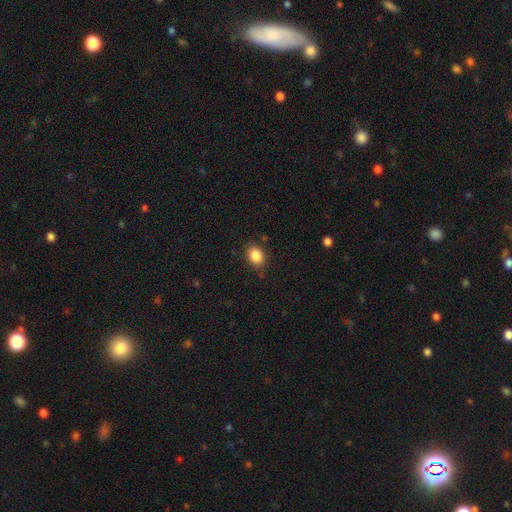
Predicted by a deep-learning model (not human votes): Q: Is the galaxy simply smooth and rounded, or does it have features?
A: smooth — 87%.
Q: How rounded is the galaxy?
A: in between — 63%.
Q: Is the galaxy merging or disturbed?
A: none — 84%.